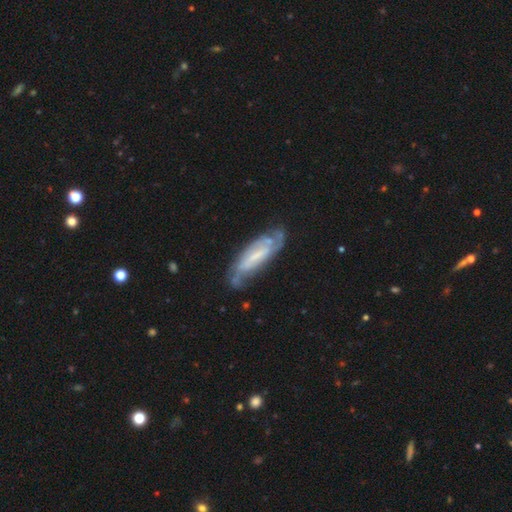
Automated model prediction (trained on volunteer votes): Smooth or featured: featured or disk — 72% (smooth — 21%)
Edge-on disk: no — 78% (yes — 22%)
Bar: weak — 41% (no — 33%)
Spiral arms: yes — 86% (no — 14%)
Bulge size: small — 50% (moderate — 26%)
Merging: none — 64% (minor disturbance — 24%)